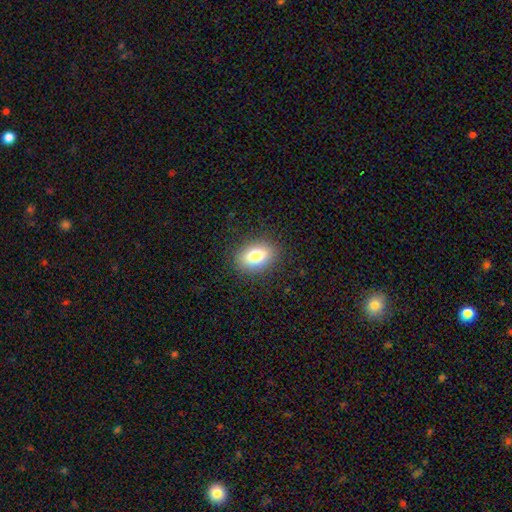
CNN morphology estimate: Smooth or featured?
  - smooth: 81% *
  - featured or disk: 10%
  - star or artifact: 9%
How rounded?
  - in between: 84% *
  - round: 15%
  - cigar-shaped: 2%
Merging?
  - none: 87% *
  - minor disturbance: 9%
  - major disturbance: 3%
  - merger: 1%